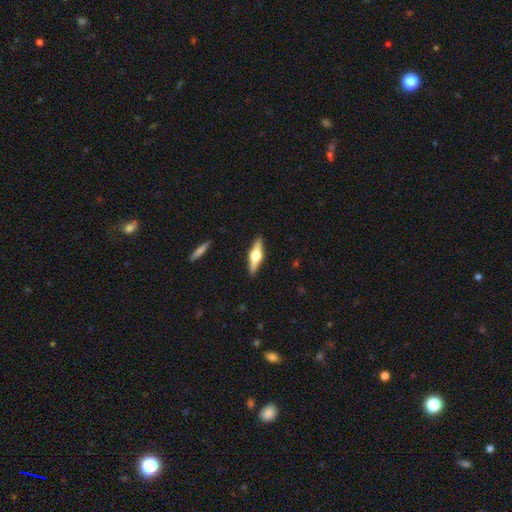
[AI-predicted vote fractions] Smooth or featured?
  - featured or disk: 63% *
  - smooth: 31%
  - star or artifact: 6%
Edge-on disk?
  - yes: 96% *
  - no: 4%
Edge-on bulge?
  - rounded: 95% *
  - boxy: 4%
  - none: 1%
Merging?
  - none: 90% *
  - minor disturbance: 7%
  - major disturbance: 2%
  - merger: 1%